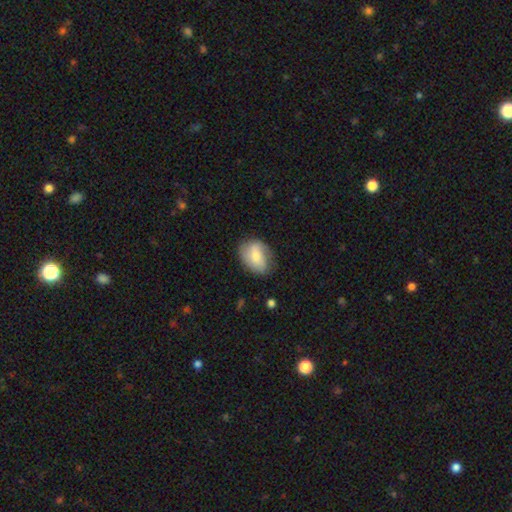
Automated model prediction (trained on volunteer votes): A smooth galaxy with no disk features (59%) that is in between round and cigar-shaped (73%). Merging: none (71%).